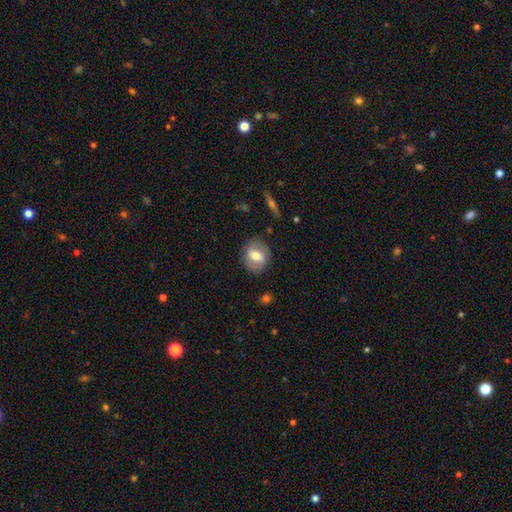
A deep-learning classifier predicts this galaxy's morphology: A smooth galaxy with no disk features (54%) that is round (55%).

Vote fractions:
- Smooth or featured? smooth: 54% / featured or disk: 39% / star or artifact: 7%
- How rounded? round: 55% / in between: 43% / cigar-shaped: 2%
- Merging? none: 80% / minor disturbance: 14% / major disturbance: 5% / merger: 1%